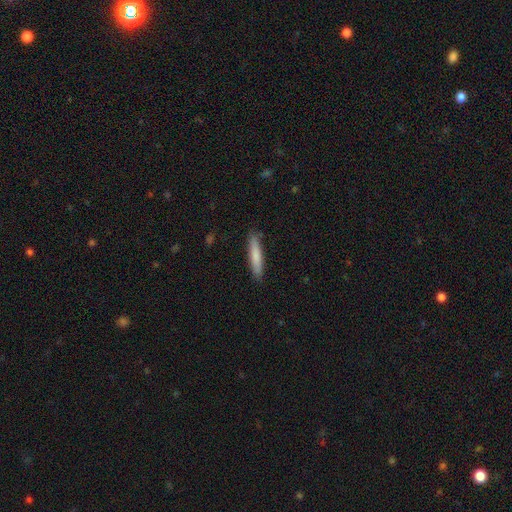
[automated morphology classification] This is likely a smooth galaxy (78%). How rounded: clearly cigar-shaped (90%). Merging: clearly none (88%).